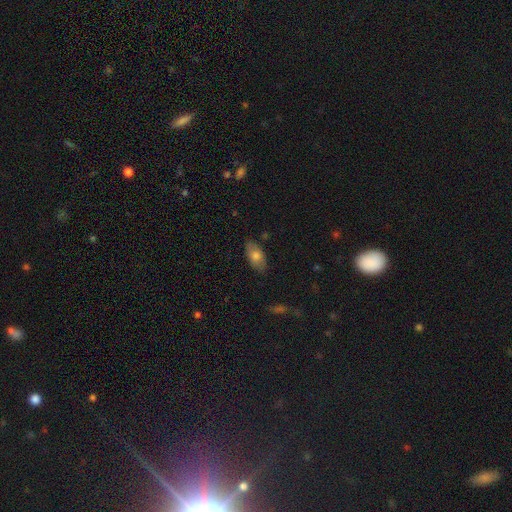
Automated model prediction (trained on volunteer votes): Smooth or featured? Predicted: smooth (p=0.75). How rounded? Predicted: in between (p=0.92). Merging? Predicted: none (p=0.83).